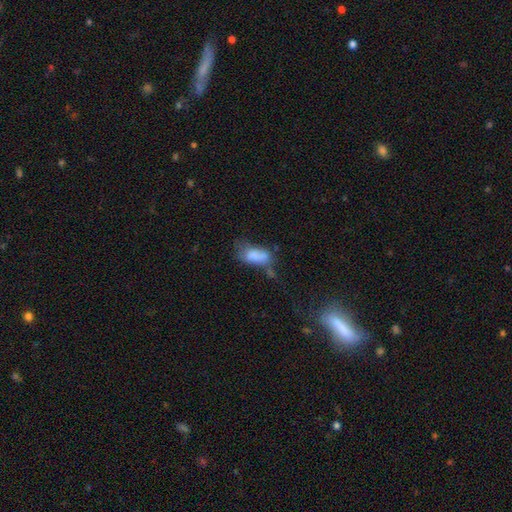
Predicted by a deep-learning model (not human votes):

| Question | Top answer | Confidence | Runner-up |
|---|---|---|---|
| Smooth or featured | smooth | 71% | featured or disk (18%) |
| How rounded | in between | 89% | cigar-shaped (6%) |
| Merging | major disturbance | 28% | minor disturbance (26%) |